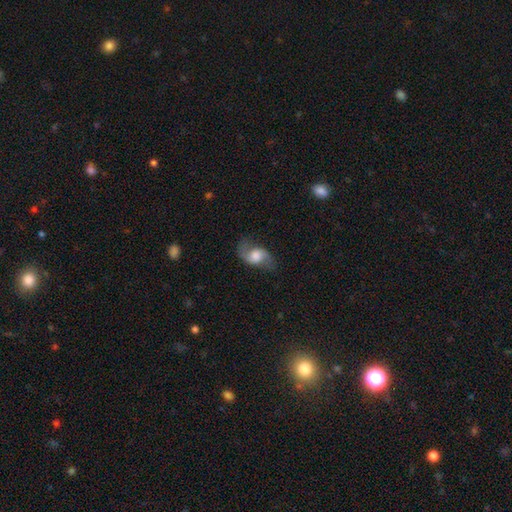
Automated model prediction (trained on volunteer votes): Q: Smooth or featured?
A: featured or disk (59%); runner-up: smooth (34%)
Q: Edge-on disk?
A: no (92%); runner-up: yes (8%)
Q: Bar?
A: no (58%); runner-up: weak (34%)
Q: Spiral arms?
A: yes (86%); runner-up: no (14%)
Q: Bulge size?
A: large (50%); runner-up: moderate (27%)
Q: Merging?
A: none (71%); runner-up: minor disturbance (18%)